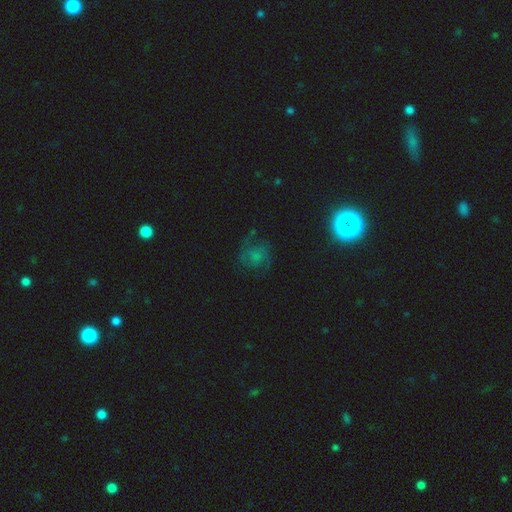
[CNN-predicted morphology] Smooth or featured?
  - featured or disk: 53% *
  - smooth: 30%
  - star or artifact: 18%
Edge-on disk?
  - no: 97% *
  - yes: 3%
Bar?
  - no: 71% *
  - weak: 24%
  - strong: 5%
Spiral arms?
  - yes: 83% *
  - no: 17%
Bulge size?
  - none: 38% *
  - small: 25%
  - moderate: 25%
  - large: 10%
  - dominant: 3%
Merging?
  - none: 62% *
  - minor disturbance: 20%
  - major disturbance: 17%
  - merger: 2%